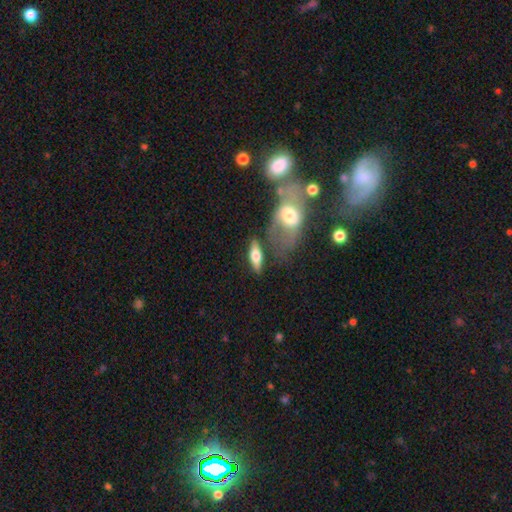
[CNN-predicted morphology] This is possibly a smooth galaxy (54%). How rounded: possibly in between (60%). Merging: likely none (65%).